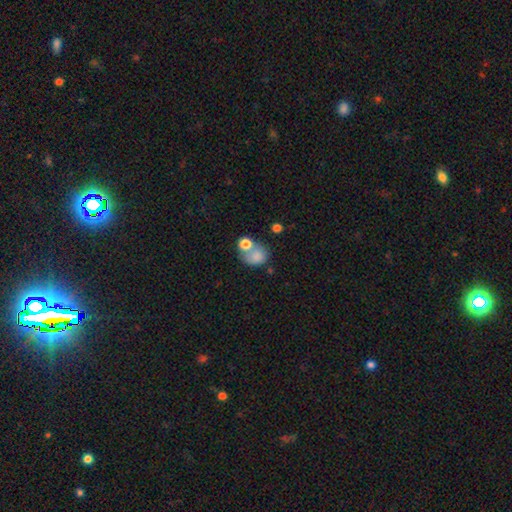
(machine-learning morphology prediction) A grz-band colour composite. It shows a smooth galaxy with no disk features (76%) that is round (55%). Merging: merger (38%).